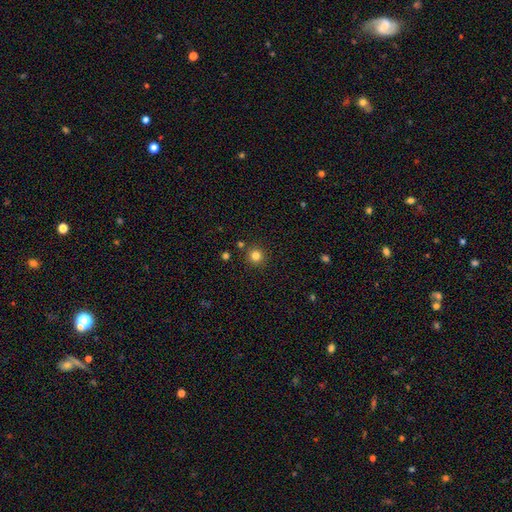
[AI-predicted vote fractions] Q: Smooth or featured?
A: smooth (82%); runner-up: star or artifact (14%)
Q: How rounded?
A: round (95%); runner-up: in between (4%)
Q: Merging?
A: none (88%); runner-up: minor disturbance (6%)